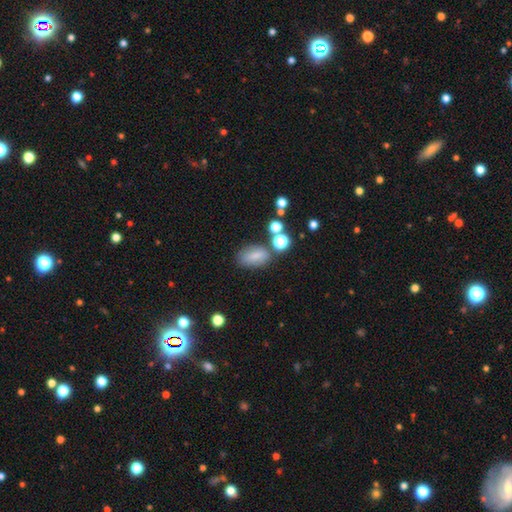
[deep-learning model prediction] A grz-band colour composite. It shows a smooth galaxy with no disk features (75%) that is in between round and cigar-shaped (86%). Merging: none (64%).